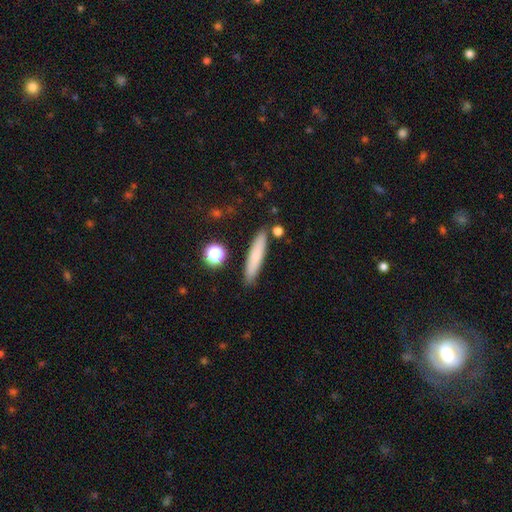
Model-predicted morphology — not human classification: type=smooth (75%); roundness=cigar-shaped (88%); merging=none (85%).